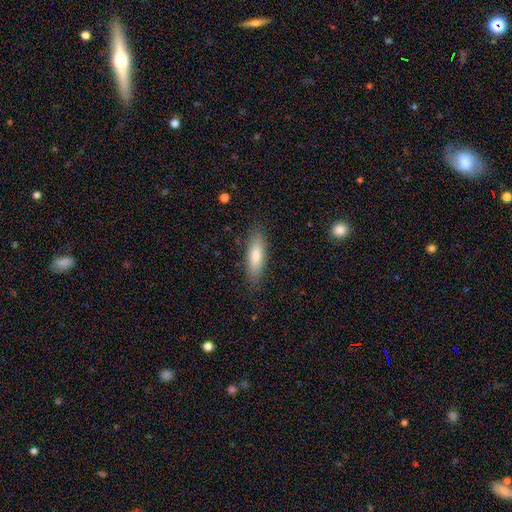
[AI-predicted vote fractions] Smooth or featured? smooth (75%)
How rounded? cigar-shaped (56%)
Merging? none (86%)